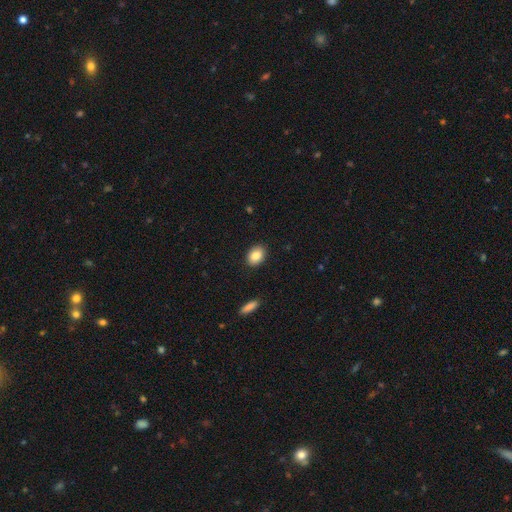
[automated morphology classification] type=smooth (86%); roundness=in between (73%); merging=none (90%).